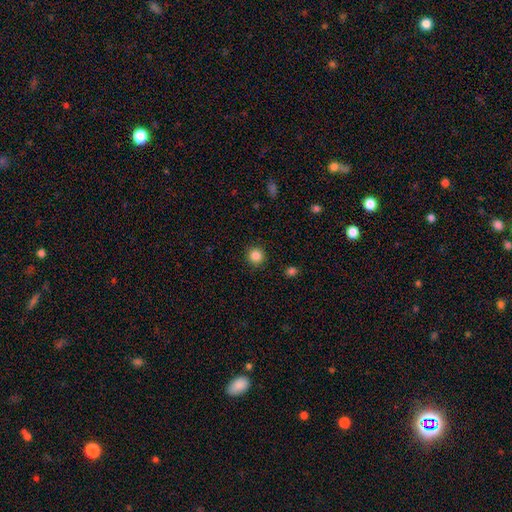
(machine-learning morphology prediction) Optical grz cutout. It shows a smooth galaxy with no disk features (86%) that is round (93%). Merging: none (91%).